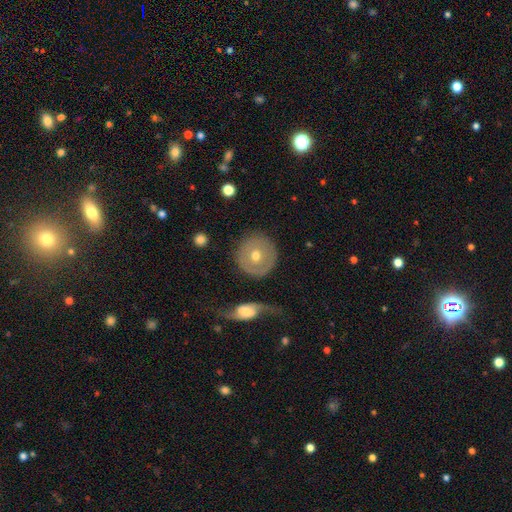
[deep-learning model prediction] Smooth or featured? smooth (50%)
How rounded? round (90%)
Merging? none (78%)